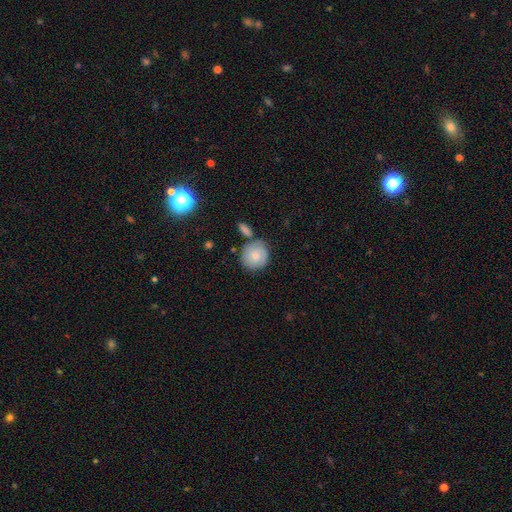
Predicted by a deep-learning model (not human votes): This appears to be a smooth galaxy with no disk features (77%) that is round (88%). Merging: none (66%).